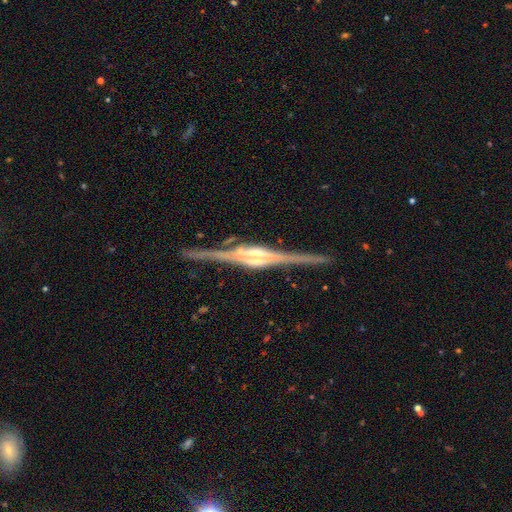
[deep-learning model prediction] Smooth or featured?
  - featured or disk: 90% *
  - smooth: 5%
  - star or artifact: 5%
Edge-on disk?
  - yes: 97% *
  - no: 3%
Edge-on bulge?
  - rounded: 54% *
  - boxy: 38%
  - none: 8%
Merging?
  - none: 83% *
  - minor disturbance: 12%
  - major disturbance: 3%
  - merger: 2%